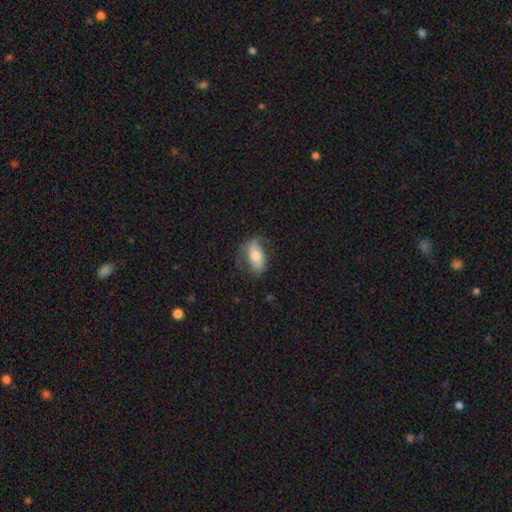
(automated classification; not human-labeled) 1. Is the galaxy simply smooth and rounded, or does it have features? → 62% smooth, 31% featured or disk, 7% star or artifact.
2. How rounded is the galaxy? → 89% in between, 5% cigar-shaped, 5% round.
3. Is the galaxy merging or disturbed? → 62% none, 25% minor disturbance, 11% major disturbance, 1% merger.